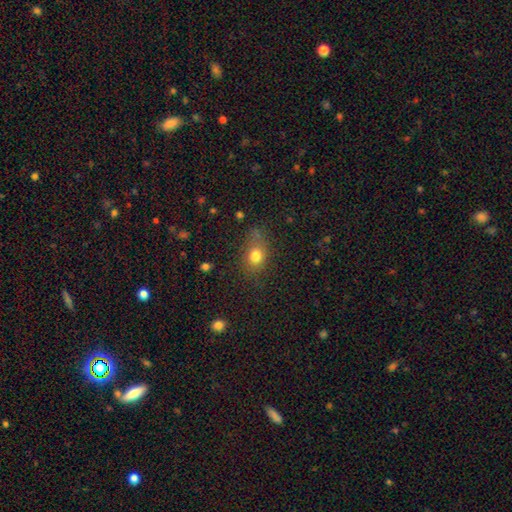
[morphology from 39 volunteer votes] Smooth or featured: smooth — 85% (featured or disk — 10%)
How rounded: in between — 64% (round — 36%)
Merging: none — 73% (minor disturbance — 19%)